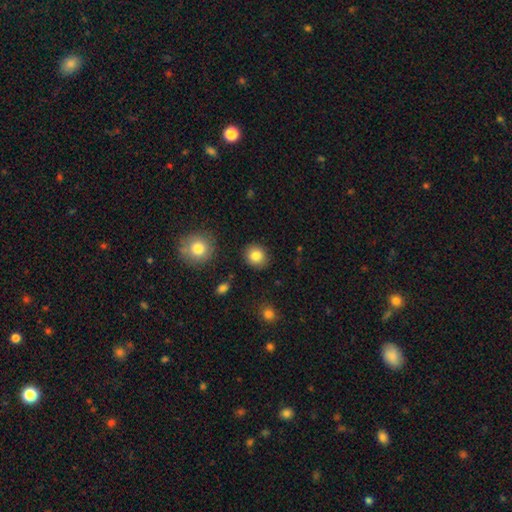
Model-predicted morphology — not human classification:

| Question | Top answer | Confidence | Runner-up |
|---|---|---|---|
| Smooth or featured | smooth | 85% | star or artifact (9%) |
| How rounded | round | 80% | in between (19%) |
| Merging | none | 88% | minor disturbance (7%) |